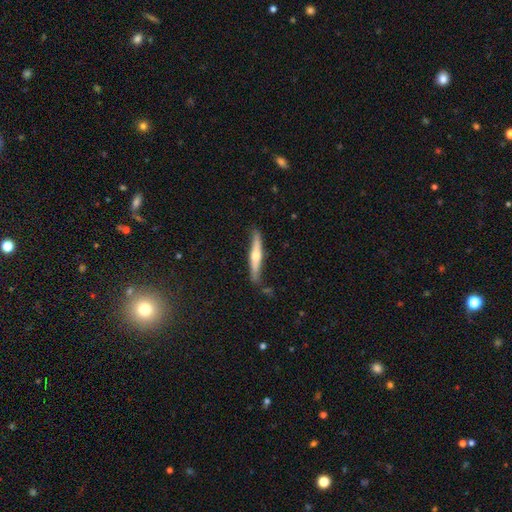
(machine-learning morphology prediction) The model was most divided on "smooth or featured": featured or disk: 58%, smooth: 37%, star or artifact: 5%. More confident: edge-on disk — yes (96%); edge-on bulge — rounded (89%); merging — none (80%).